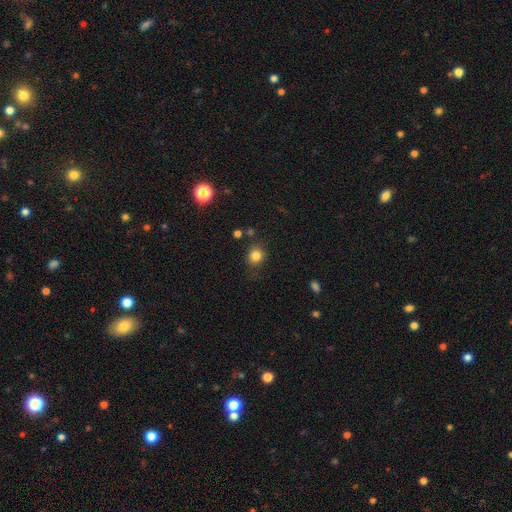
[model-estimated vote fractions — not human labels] Q: Smooth or featured?
A: smooth (82%); runner-up: star or artifact (12%)
Q: How rounded?
A: round (79%); runner-up: in between (20%)
Q: Merging?
A: none (79%); runner-up: minor disturbance (13%)